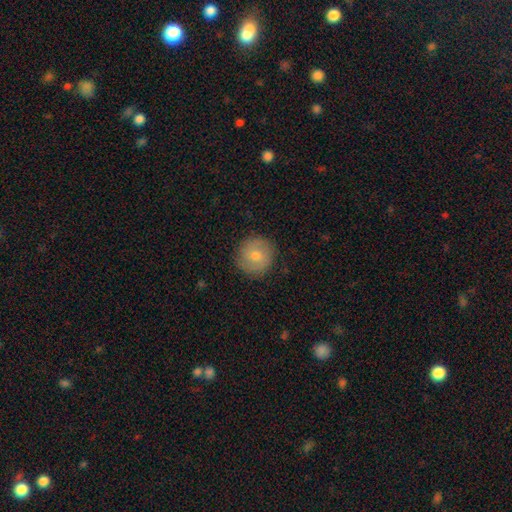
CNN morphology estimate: Smooth or featured? Predicted: smooth (p=0.69). How rounded? Predicted: round (p=0.94). Merging? Predicted: none (p=0.87).